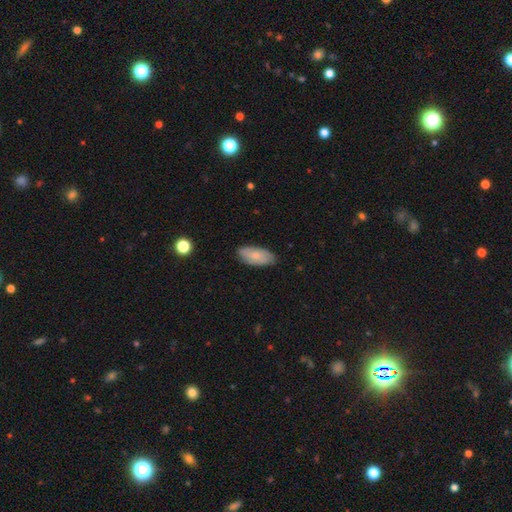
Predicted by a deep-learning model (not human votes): Smooth or featured?
  - smooth: 66% *
  - featured or disk: 27%
  - star or artifact: 6%
How rounded?
  - in between: 90% *
  - cigar-shaped: 8%
  - round: 2%
Merging?
  - none: 80% *
  - minor disturbance: 17%
  - major disturbance: 3%
  - merger: 1%